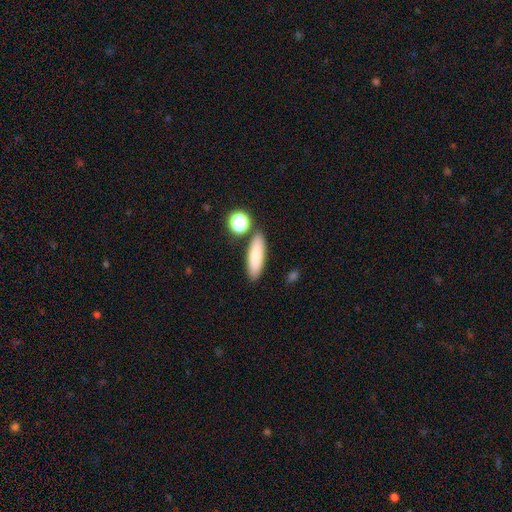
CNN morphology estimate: Smooth or featured: smooth — 82% (featured or disk — 11%)
How rounded: cigar-shaped — 51% (in between — 46%)
Merging: none — 82% (minor disturbance — 9%)